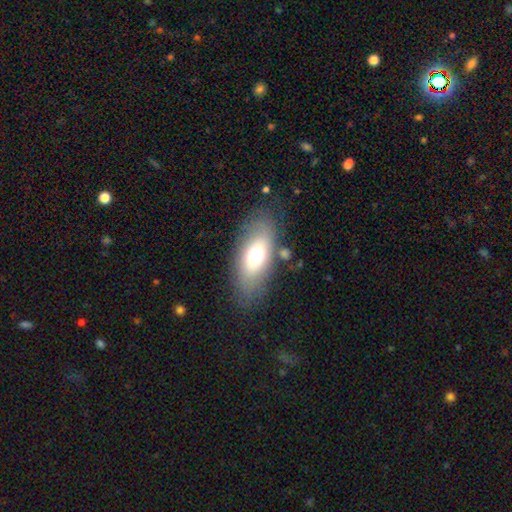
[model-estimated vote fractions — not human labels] Smooth or featured?
  - smooth: 64% *
  - featured or disk: 27%
  - star or artifact: 8%
How rounded?
  - in between: 84% *
  - cigar-shaped: 12%
  - round: 4%
Merging?
  - none: 76% *
  - minor disturbance: 14%
  - major disturbance: 5%
  - merger: 4%